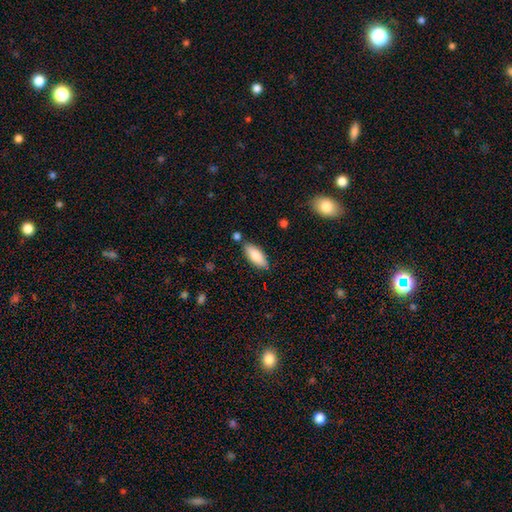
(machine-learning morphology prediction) A smooth galaxy with no disk features (83%) that is in between round and cigar-shaped (80%). Merging: none (81%).